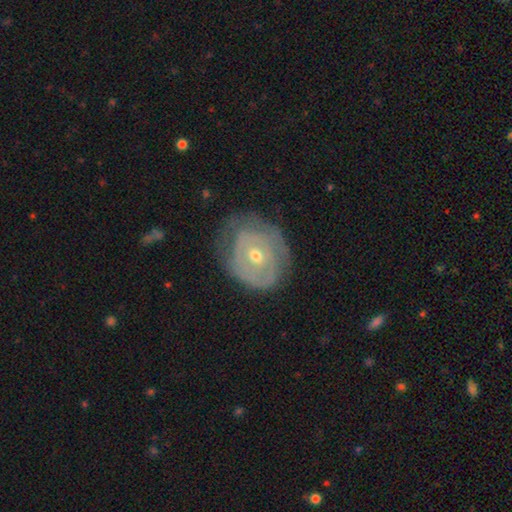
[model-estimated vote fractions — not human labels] Smooth or featured? Predicted: featured or disk (p=0.74). Edge-on disk? Predicted: no (p=0.96). Bar? Predicted: no (p=0.71). Spiral arms? Predicted: yes (p=0.77). Spiral winding? Predicted: tight (p=0.71). Spiral arm count? Predicted: can't tell (p=0.44). Bulge size? Predicted: small (p=0.49). Merging? Predicted: none (p=0.58).